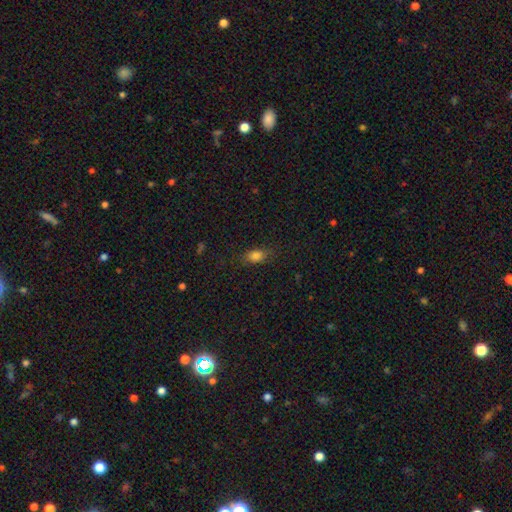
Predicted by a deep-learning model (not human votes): A smooth galaxy with no disk features (80%) that is in between round and cigar-shaped (78%).

Vote fractions:
- Smooth or featured? smooth: 80% / star or artifact: 12% / featured or disk: 8%
- How rounded? in between: 78% / round: 13% / cigar-shaped: 9%
- Merging? none: 77% / minor disturbance: 16% / major disturbance: 6% / merger: 1%